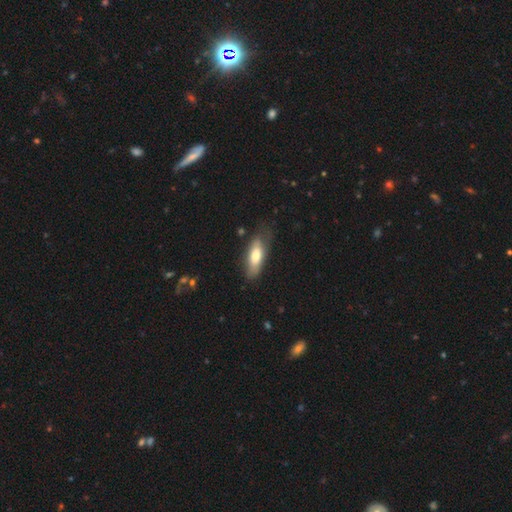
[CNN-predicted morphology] This is likely a smooth galaxy (69%). How rounded: likely in between (66%). Merging: likely none (66%).